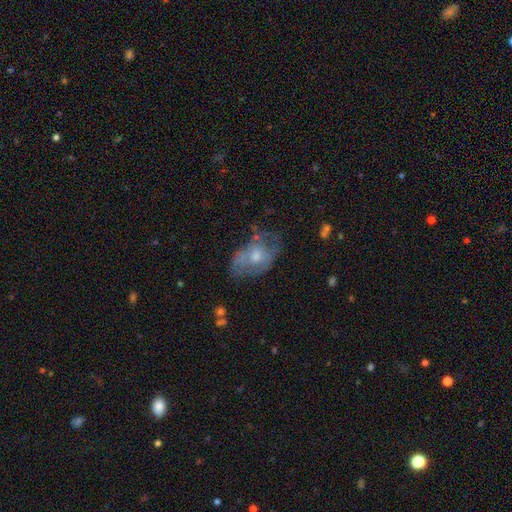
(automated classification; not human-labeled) Morphology: type=featured or disk (54%); edge-on=no (94%); bar=no (79%); spiral arms=no (59%); bulge=moderate (57%); merging=none (49%).